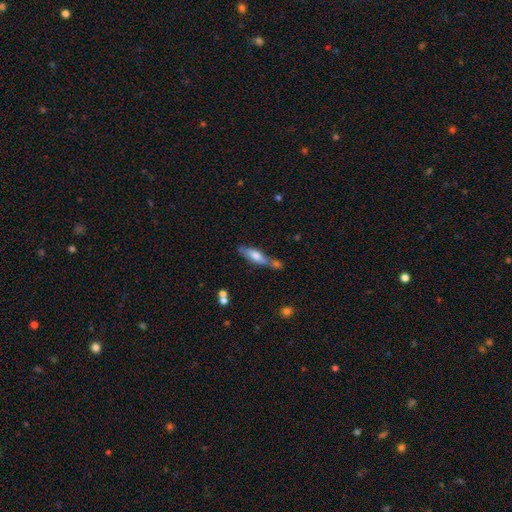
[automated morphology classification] Smooth or featured? Predicted: smooth (p=0.52). How rounded? Predicted: cigar-shaped (p=0.60). Merging? Predicted: none (p=0.48).